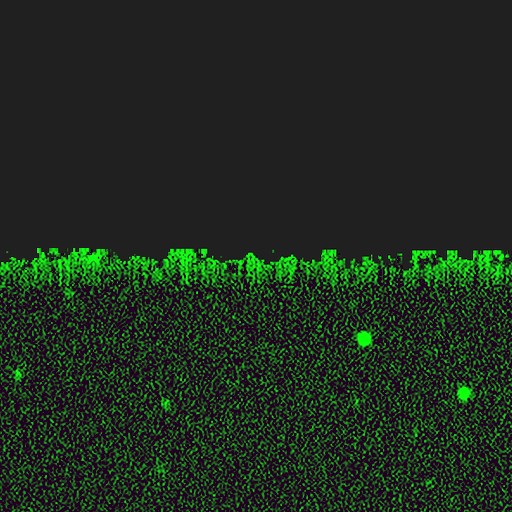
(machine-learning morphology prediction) star or artifact 86%, smooth 8%, featured or disk 6%.